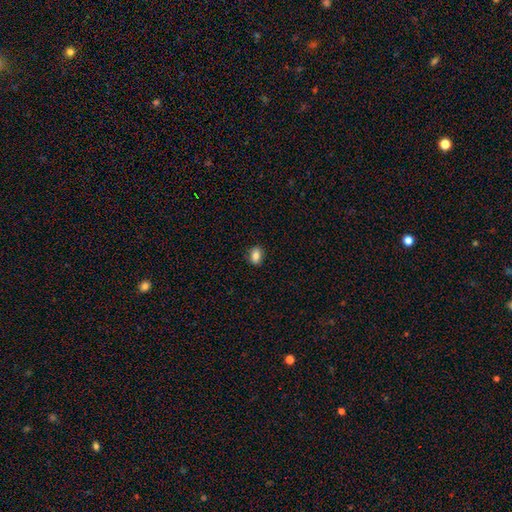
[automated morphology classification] Smooth or featured?
  - smooth: 83% *
  - star or artifact: 9%
  - featured or disk: 8%
How rounded?
  - in between: 72% *
  - round: 26%
  - cigar-shaped: 2%
Merging?
  - none: 88% *
  - minor disturbance: 9%
  - major disturbance: 2%
  - merger: 1%